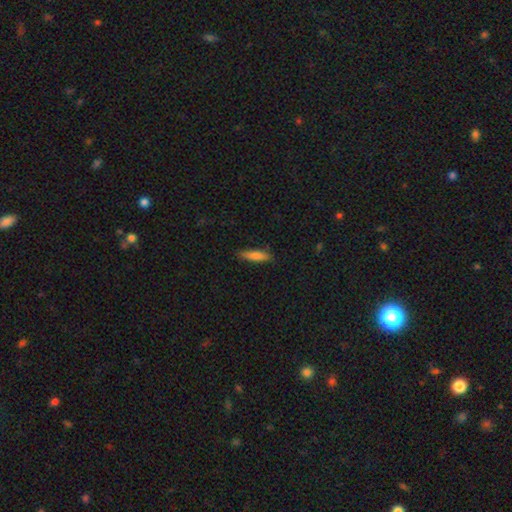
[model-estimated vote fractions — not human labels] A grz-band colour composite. It shows a smooth galaxy with no disk features (77%) that is cigar-shaped (73%). Merging: none (85%).